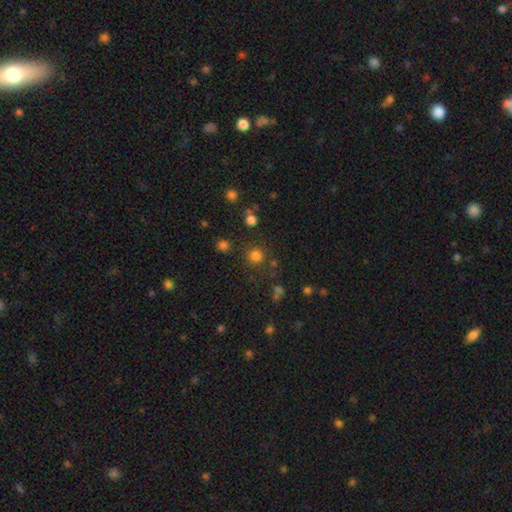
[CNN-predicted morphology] Smooth or featured? Predicted: smooth (p=0.77). How rounded? Predicted: round (p=0.93). Merging? Predicted: none (p=0.81).